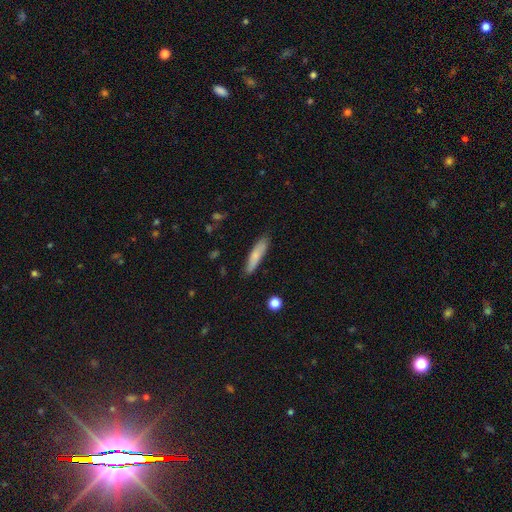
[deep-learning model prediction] Smooth or featured? Predicted: smooth (p=0.74). How rounded? Predicted: cigar-shaped (p=0.78). Merging? Predicted: none (p=0.82).